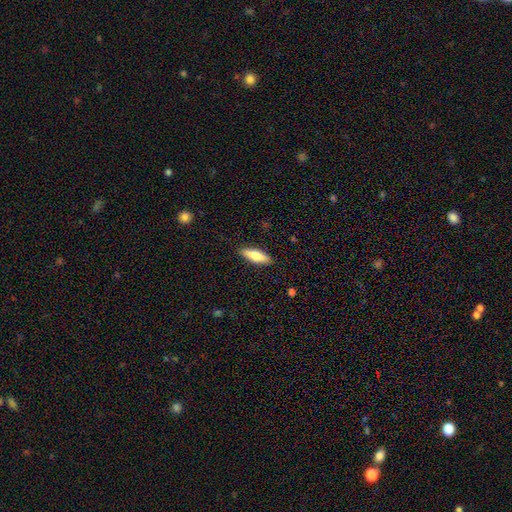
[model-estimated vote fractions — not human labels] A smooth galaxy with no disk features (74%) that is in between round and cigar-shaped (54%).

Vote fractions:
- Smooth or featured? smooth: 74% / featured or disk: 21% / star or artifact: 6%
- How rounded? in between: 54% / cigar-shaped: 44% / round: 2%
- Merging? none: 88% / minor disturbance: 9% / major disturbance: 2% / merger: 1%